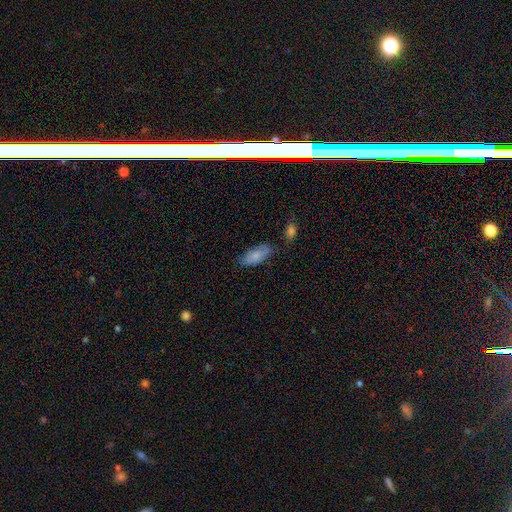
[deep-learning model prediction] The model was most divided on "merging": none: 68%, minor disturbance: 22%, merger: 5%, major disturbance: 5%. More confident: how rounded — in between (85%); smooth or featured — smooth (80%).